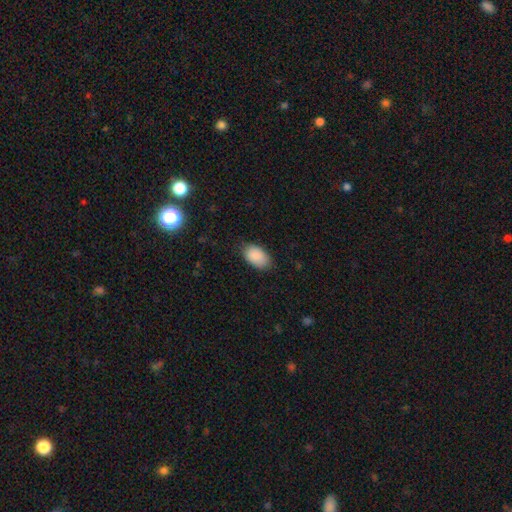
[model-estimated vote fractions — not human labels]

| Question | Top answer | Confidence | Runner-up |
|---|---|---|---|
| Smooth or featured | smooth | 89% | star or artifact (7%) |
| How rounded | in between | 92% | round (7%) |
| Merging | none | 79% | minor disturbance (17%) |